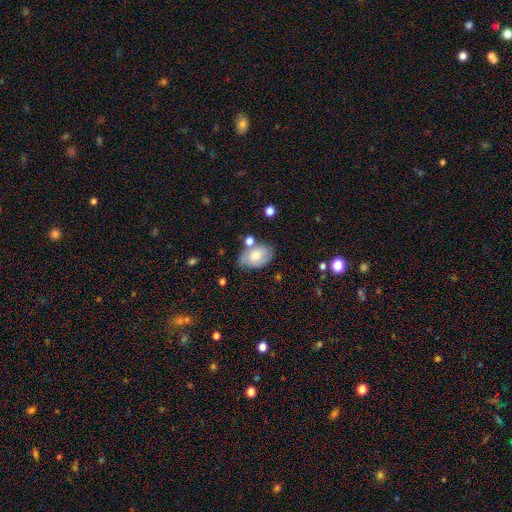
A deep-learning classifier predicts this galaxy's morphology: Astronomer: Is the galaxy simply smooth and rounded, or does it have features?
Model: smooth — 70%.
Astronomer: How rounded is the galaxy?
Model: in between — 89%.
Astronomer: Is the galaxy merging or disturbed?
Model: none — 60%.